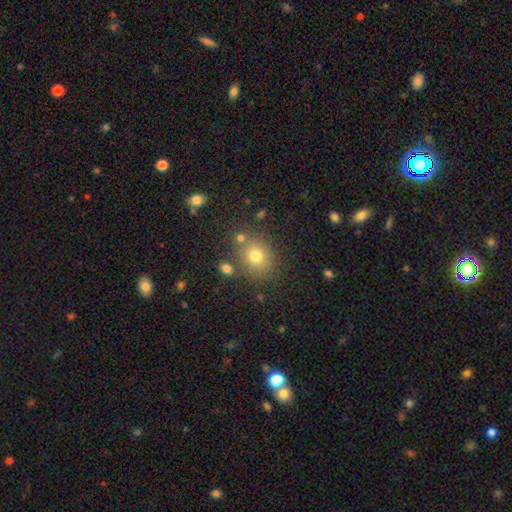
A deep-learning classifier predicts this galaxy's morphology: This is likely a smooth galaxy (74%). How rounded: likely round (61%). Merging: likely none (78%).